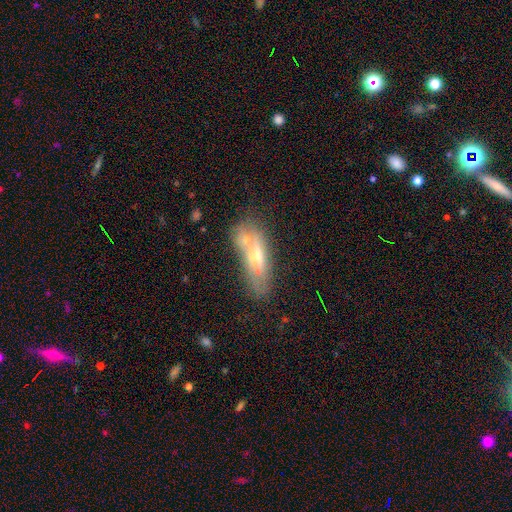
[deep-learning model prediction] This is possibly a smooth galaxy (49%). Merging: marginally merger (40%).